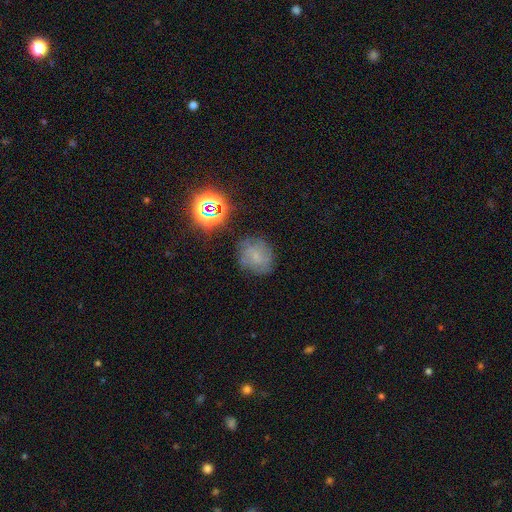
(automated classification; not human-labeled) This appears to be a smooth galaxy with no disk features (46%). Merging: none (75%).